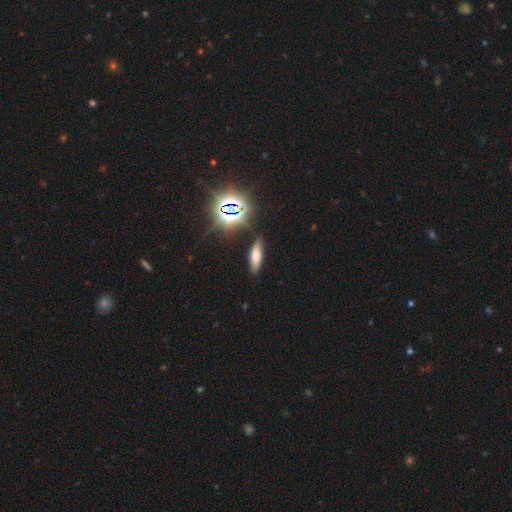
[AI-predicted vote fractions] Smooth or featured: smooth — 64% (star or artifact — 19%)
How rounded: cigar-shaped — 54% (in between — 42%)
Merging: none — 81% (minor disturbance — 13%)